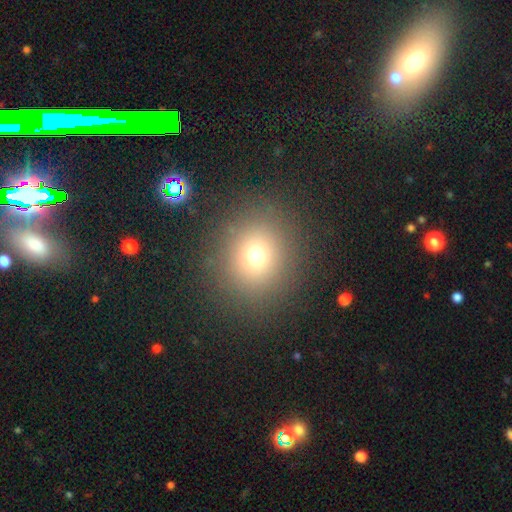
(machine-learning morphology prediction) smooth 71%, star or artifact 20%, featured or disk 10%. Down the decision tree: how rounded — round (87%); merging — none (88%).